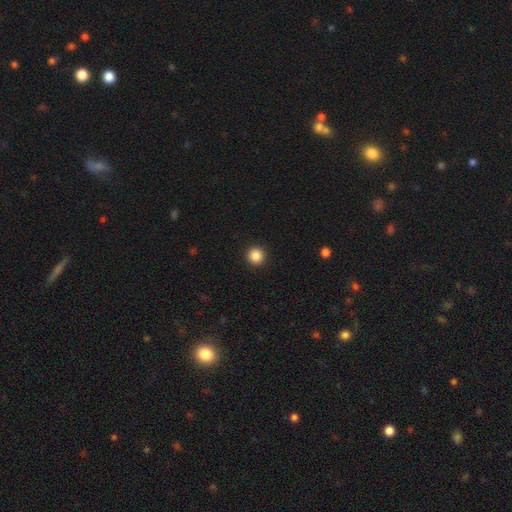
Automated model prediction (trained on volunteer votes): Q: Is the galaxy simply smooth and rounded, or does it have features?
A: smooth — 87%.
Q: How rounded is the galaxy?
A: round — 94%.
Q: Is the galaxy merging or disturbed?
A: none — 93%.